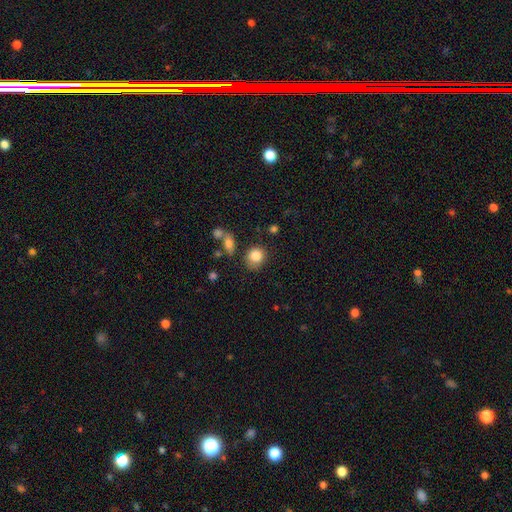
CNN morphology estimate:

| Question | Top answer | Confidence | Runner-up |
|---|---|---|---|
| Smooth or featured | smooth | 84% | star or artifact (9%) |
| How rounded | round | 74% | in between (25%) |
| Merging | none | 67% | minor disturbance (20%) |